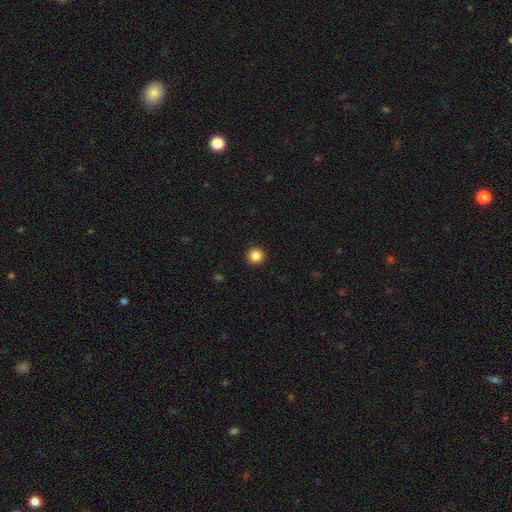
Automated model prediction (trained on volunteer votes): Smooth or featured: smooth — 86% (star or artifact — 11%)
How rounded: round — 96% (in between — 4%)
Merging: none — 93% (minor disturbance — 5%)